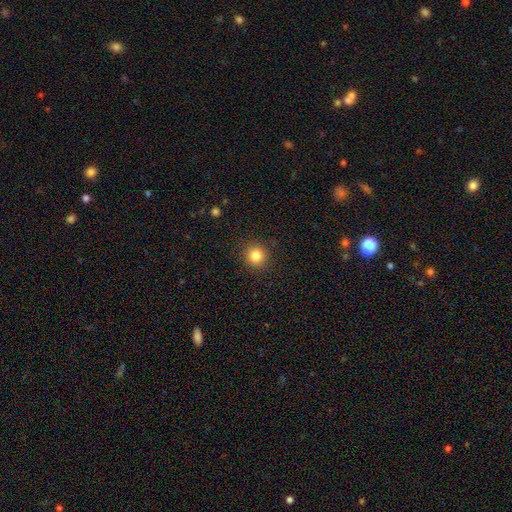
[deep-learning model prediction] Smooth or featured?
  - smooth: 83% *
  - star or artifact: 11%
  - featured or disk: 6%
How rounded?
  - round: 91% *
  - in between: 8%
  - cigar-shaped: 1%
Merging?
  - none: 91% *
  - minor disturbance: 6%
  - major disturbance: 2%
  - merger: 1%